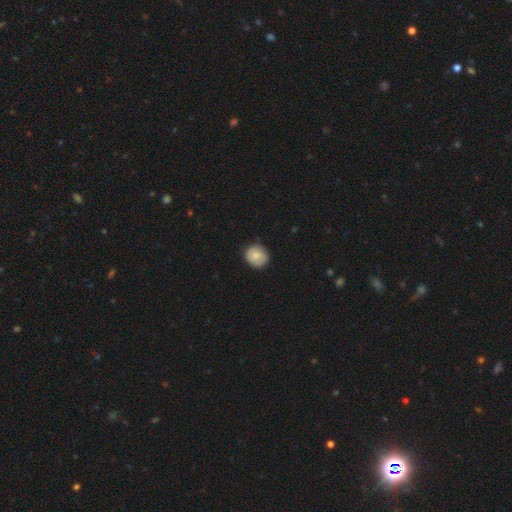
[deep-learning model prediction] This appears to be a smooth galaxy with no disk features (78%) that is round (84%). Merging: none (85%).